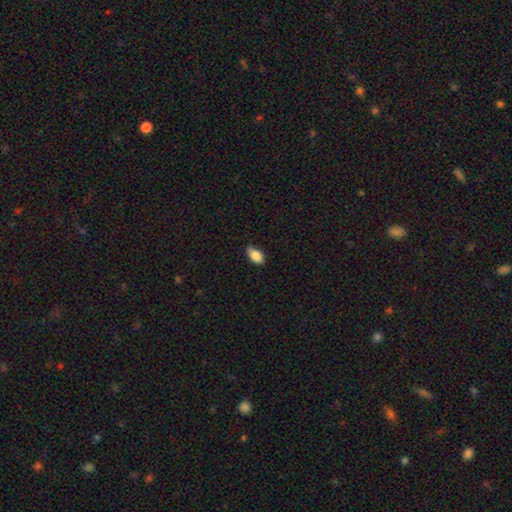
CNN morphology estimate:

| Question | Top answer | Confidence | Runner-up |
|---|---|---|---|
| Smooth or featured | smooth | 86% | star or artifact (8%) |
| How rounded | in between | 91% | round (6%) |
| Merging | none | 65% | minor disturbance (29%) |